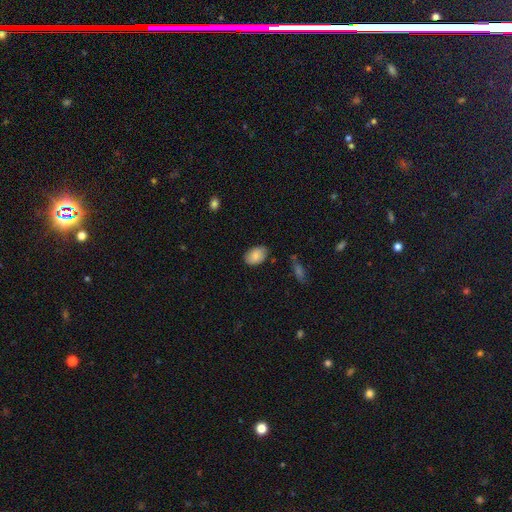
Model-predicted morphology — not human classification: smooth_or_featured: smooth (p=0.85) [alt: featured or disk p=0.08]
how_rounded: in between (p=0.88) [alt: round p=0.11]
merging: none (p=0.81) [alt: minor disturbance p=0.15]